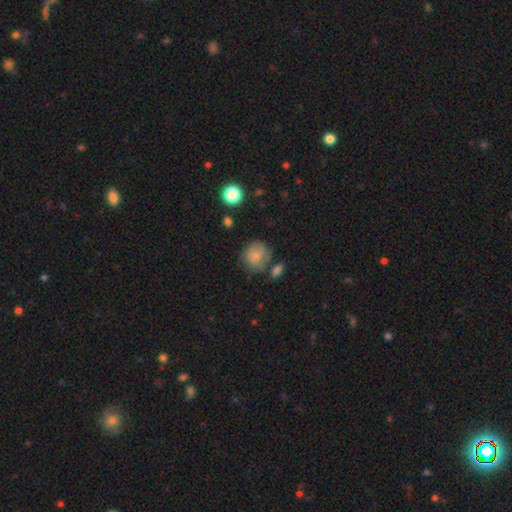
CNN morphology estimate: Overall: smooth (79%). How rounded: round (77%). Merging: none (60%; minor disturbance 23%).